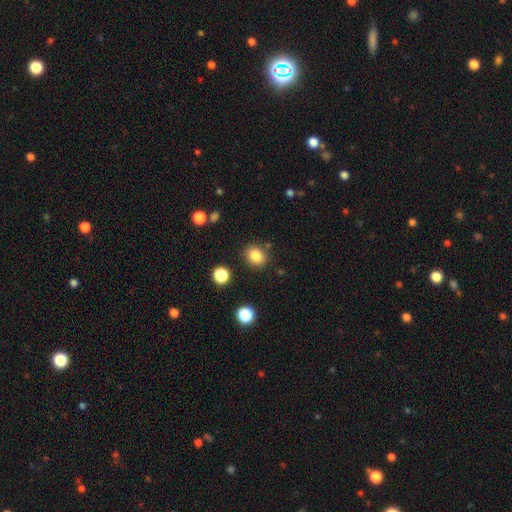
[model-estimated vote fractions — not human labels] smooth_or_featured: smooth (p=0.84) [alt: star or artifact p=0.11]
how_rounded: round (p=0.66) [alt: in between p=0.33]
merging: none (p=0.84) [alt: minor disturbance p=0.09]